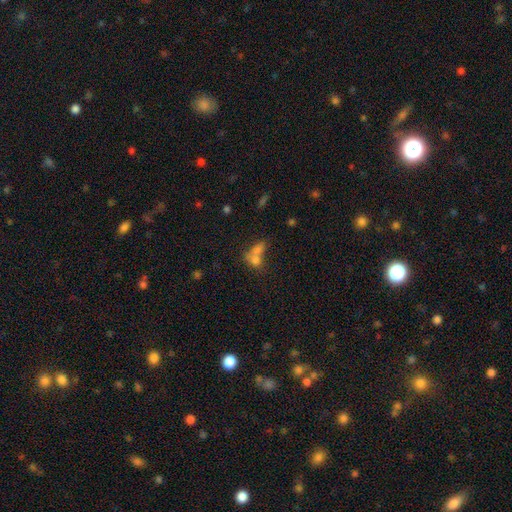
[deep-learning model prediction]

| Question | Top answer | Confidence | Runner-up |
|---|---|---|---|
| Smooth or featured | smooth | 72% | featured or disk (15%) |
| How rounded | in between | 59% | round (37%) |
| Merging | merger | 65% | none (23%) |